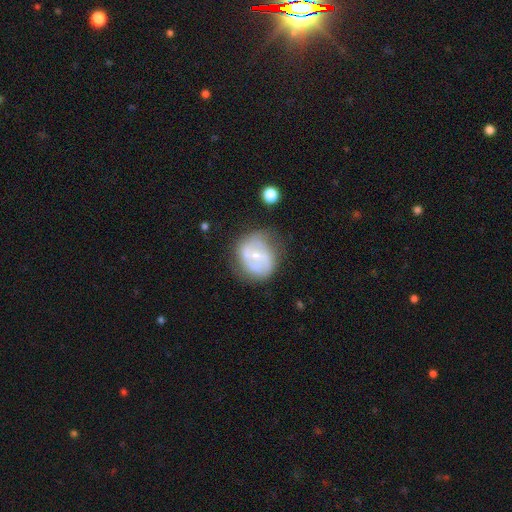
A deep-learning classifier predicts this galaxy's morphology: The model was most divided on "bulge size": small: 56%, moderate: 40%, none: 2%, large: 1%, dominant: 1%. More confident: edge-on disk — no (97%); spiral arms — yes (71%); smooth or featured — featured or disk (67%); bar — no (60%); merging — none (58%).